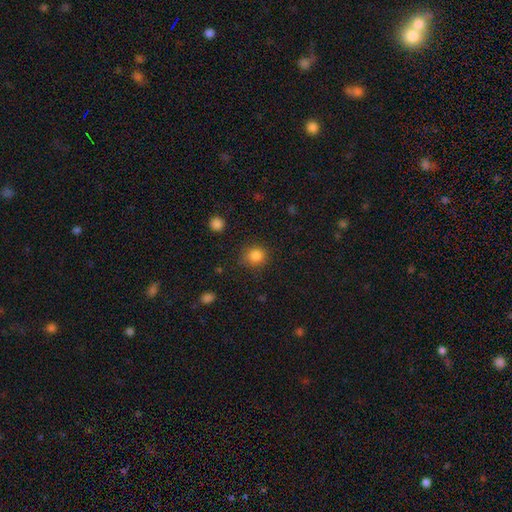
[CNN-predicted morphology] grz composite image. It shows a smooth galaxy with no disk features (85%) that is round (85%). Merging: none (83%).